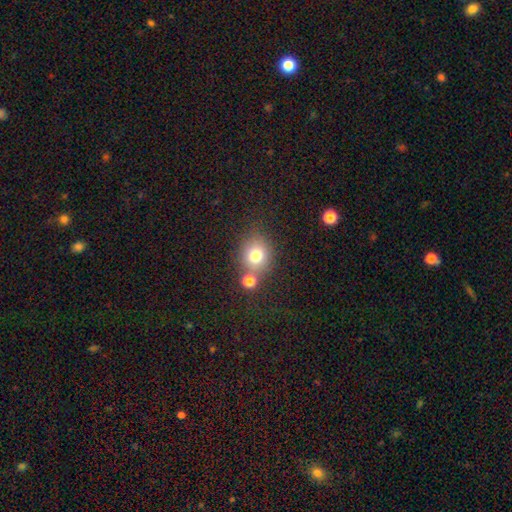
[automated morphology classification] Smooth or featured: smooth — 76% (star or artifact — 13%)
How rounded: round — 70% (in between — 29%)
Merging: none — 63% (merger — 21%)